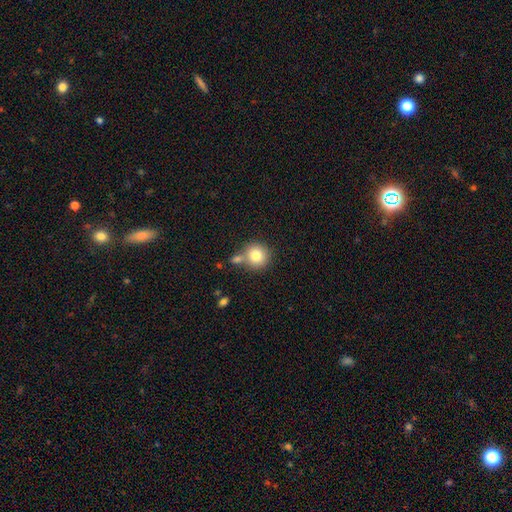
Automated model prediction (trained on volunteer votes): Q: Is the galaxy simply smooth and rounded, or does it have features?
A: smooth — 80%.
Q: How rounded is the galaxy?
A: round — 91%.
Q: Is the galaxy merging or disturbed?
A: none — 63%.